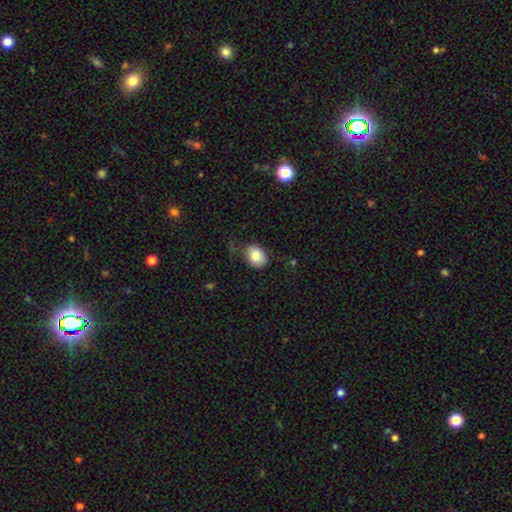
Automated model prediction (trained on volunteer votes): A smooth galaxy with no disk features (84%) that is in between round and cigar-shaped (67%). Merging: none (57%).